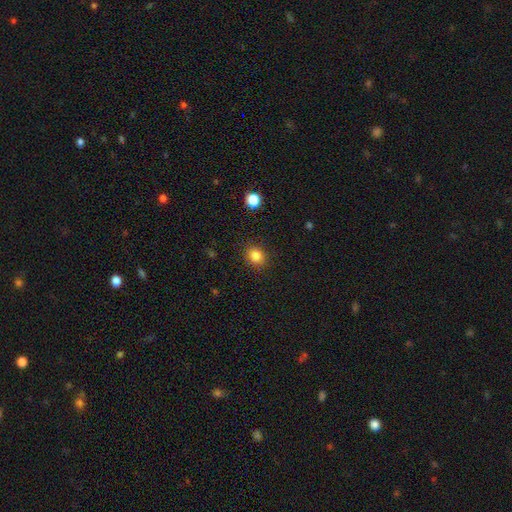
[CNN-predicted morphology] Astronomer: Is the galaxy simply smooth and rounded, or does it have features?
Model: smooth — 84%.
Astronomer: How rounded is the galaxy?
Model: round — 70%.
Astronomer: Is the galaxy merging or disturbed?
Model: none — 87%.